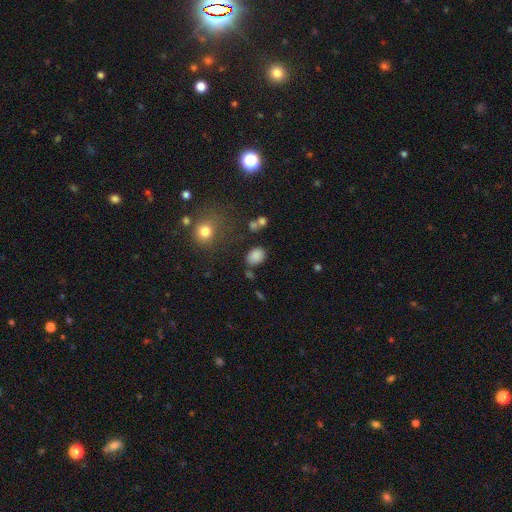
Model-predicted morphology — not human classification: smooth-or-featured: smooth: 84% | star or artifact: 11% | featured or disk: 5%
  how-rounded: in between: 73% | round: 26% | cigar-shaped: 1%
  merging: none: 75% | minor disturbance: 14% | merger: 6% | major disturbance: 4%